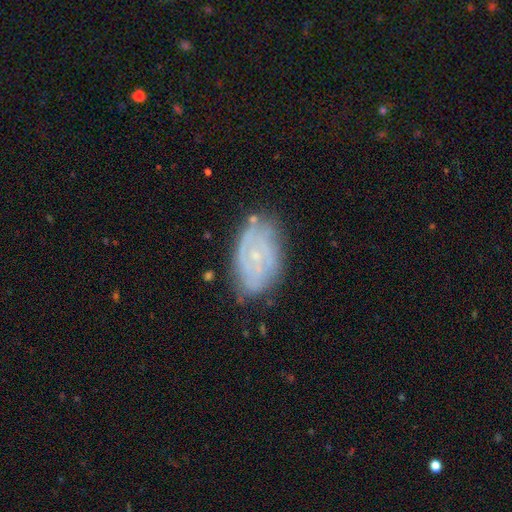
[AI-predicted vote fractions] featured or disk 72%, smooth 20%, star or artifact 8%. Down the decision tree: edge-on disk — no (96%); bar — no (70%); spiral arms — yes (82%); spiral arm count — can't tell (45%); spiral winding — tight (61%); bulge size — small (79%); merging — none (70%).